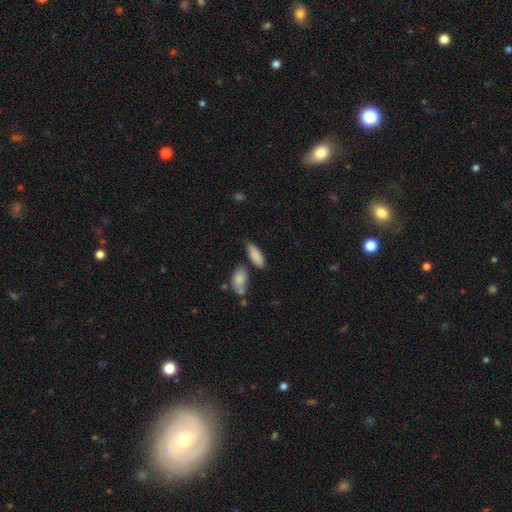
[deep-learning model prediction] This appears to be a smooth galaxy with no disk features (86%) that is in between round and cigar-shaped (73%). Merging: none (70%).